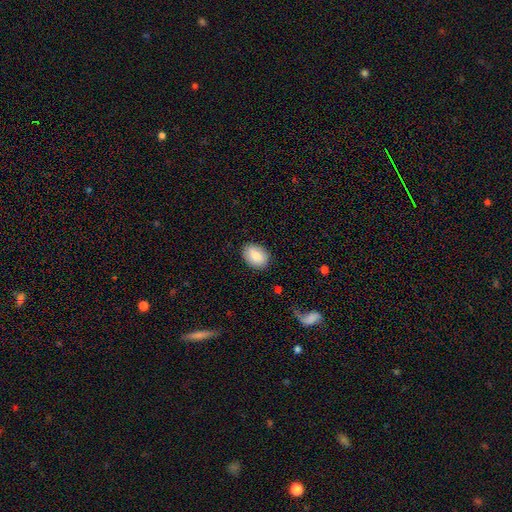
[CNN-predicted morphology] A smooth galaxy with no disk features (80%) that is in between round and cigar-shaped (78%). Merging: none (86%).